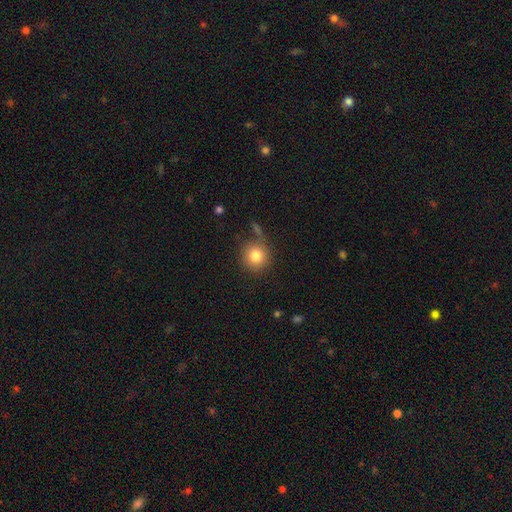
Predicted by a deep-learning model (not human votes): smooth 81%, star or artifact 10%, featured or disk 9%. Down the decision tree: how rounded — round (92%); merging — none (75%).